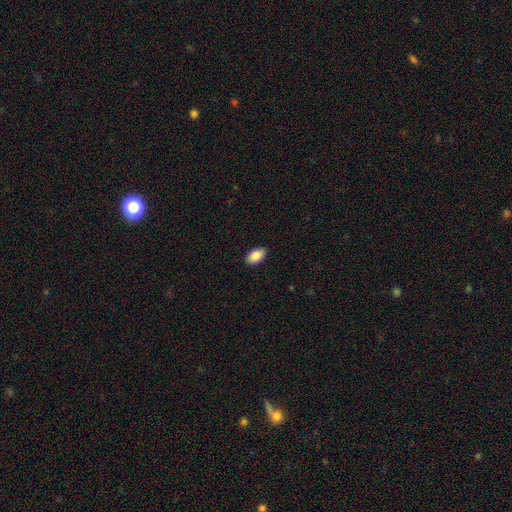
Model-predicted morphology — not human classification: Smooth or featured? smooth (88%)
How rounded? in between (93%)
Merging? none (89%)